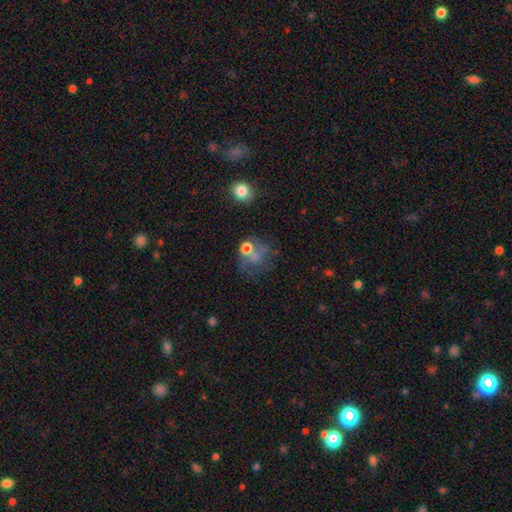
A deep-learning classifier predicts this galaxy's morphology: Smooth or featured? Predicted: smooth (p=0.43). Merging? Predicted: none (p=0.42).